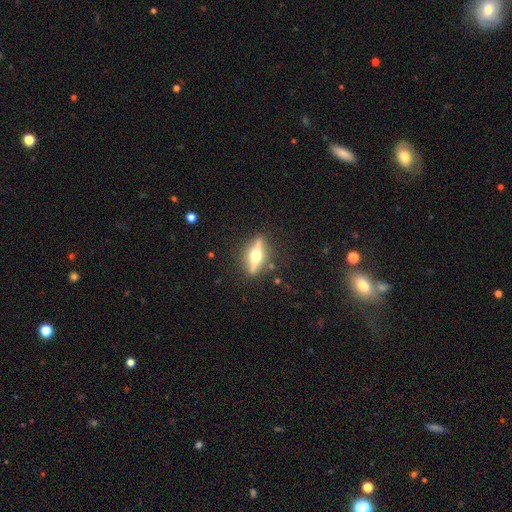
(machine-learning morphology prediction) type=featured or disk (74%); edge-on=yes (95%); edge-on bulge=rounded (96%); merging=none (86%).